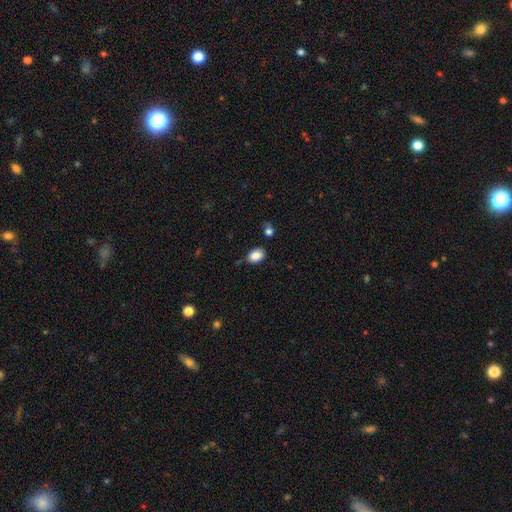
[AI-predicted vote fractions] Overall: smooth (87%). How rounded: in between (81%). Merging: none (77%).